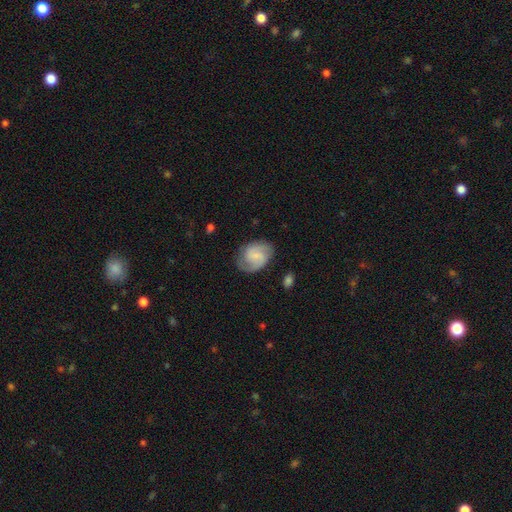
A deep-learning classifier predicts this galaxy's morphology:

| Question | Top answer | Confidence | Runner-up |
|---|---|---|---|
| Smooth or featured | featured or disk | 64% | smooth (29%) |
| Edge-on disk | no | 97% | yes (3%) |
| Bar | weak | 50% | no (38%) |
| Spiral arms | yes | 93% | no (7%) |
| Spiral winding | medium | 50% | tight (27%) |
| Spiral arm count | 2 | 82% | can't tell (9%) |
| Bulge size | small | 54% | none (25%) |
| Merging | none | 73% | minor disturbance (18%) |